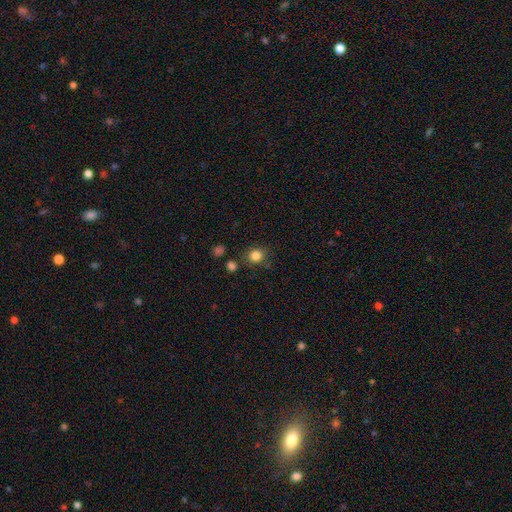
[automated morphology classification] A smooth galaxy with no disk features (83%) that is round (84%). Merging: none (81%).